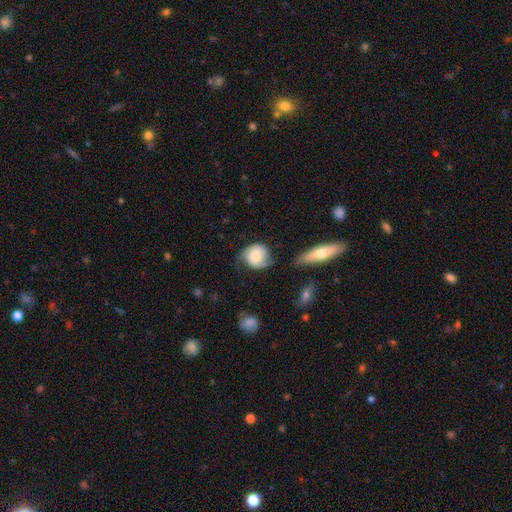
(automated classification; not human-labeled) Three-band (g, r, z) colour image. It shows a featured or disk galaxy (47%). Merging: none (50%).